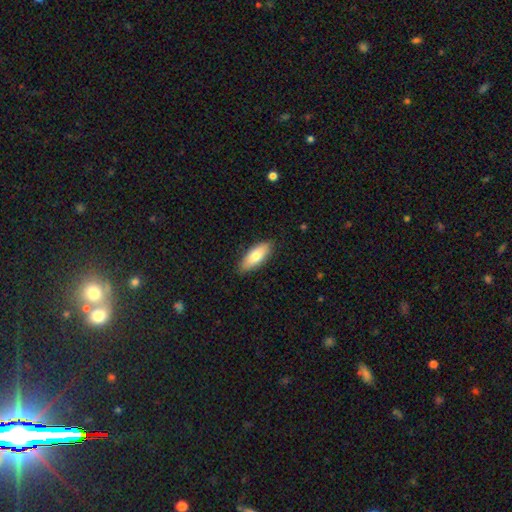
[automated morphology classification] type=smooth (77%); roundness=in between (76%); merging=none (85%).